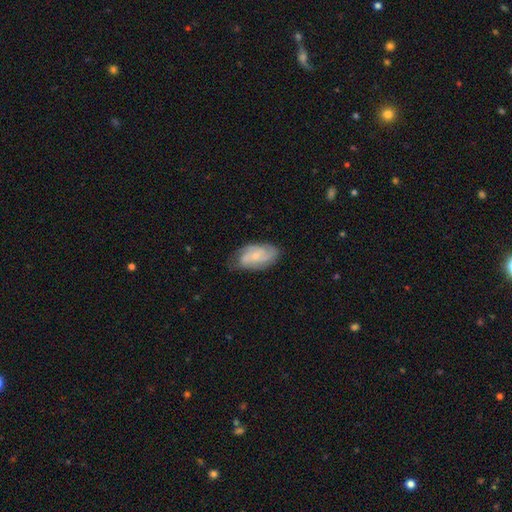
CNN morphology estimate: featured or disk 69%, smooth 25%, star or artifact 6%. Down the decision tree: edge-on disk — no (96%); bar — no (71%); spiral arms — yes (92%); spiral arm count — 3 (30%); spiral winding — tight (47%); bulge size — small (68%); merging — none (70%).